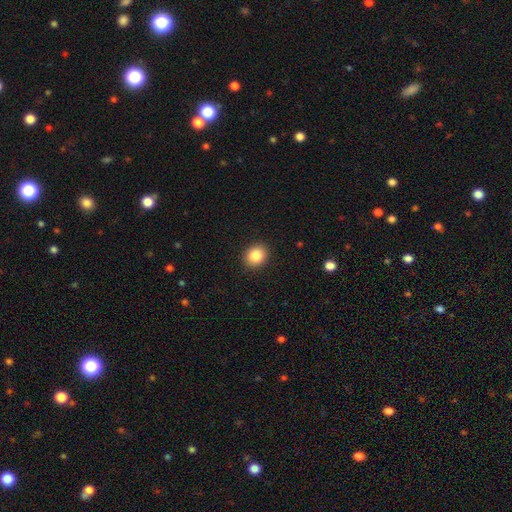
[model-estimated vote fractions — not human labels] A smooth galaxy with no disk features (85%) that is round (67%). Merging: none (91%).